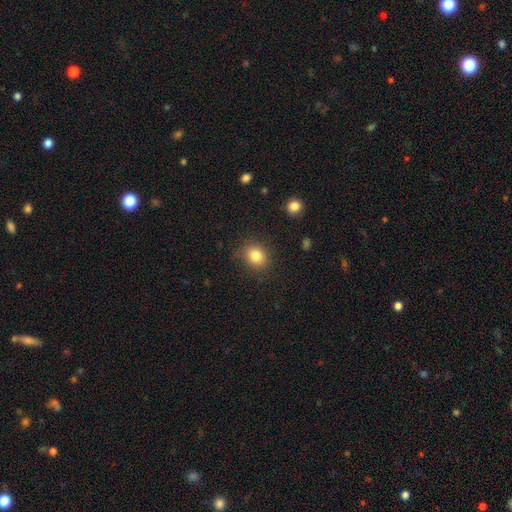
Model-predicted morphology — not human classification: smooth-or-featured: smooth: 83% | star or artifact: 11% | featured or disk: 6%
  how-rounded: round: 61% | in between: 38% | cigar-shaped: 1%
  merging: none: 81% | minor disturbance: 13% | major disturbance: 4% | merger: 2%